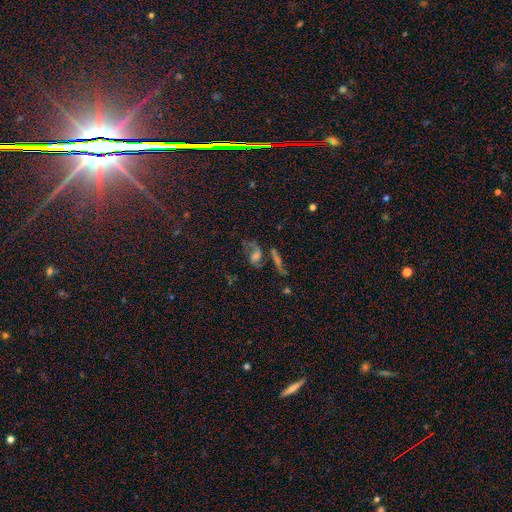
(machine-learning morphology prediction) type=featured or disk (48%); merging=none (43%).